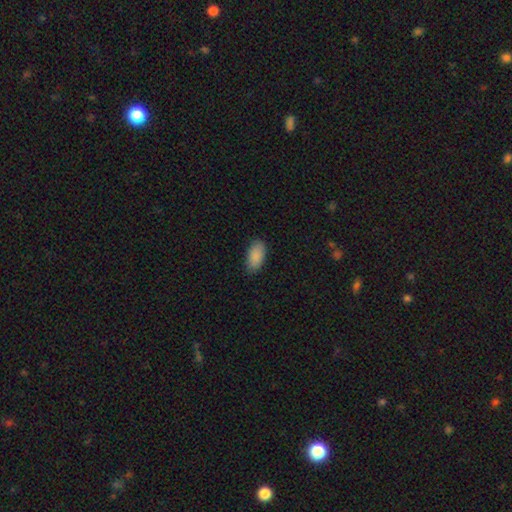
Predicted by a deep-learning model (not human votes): Q: Smooth or featured?
A: smooth (89%); runner-up: star or artifact (7%)
Q: How rounded?
A: in between (94%); runner-up: cigar-shaped (4%)
Q: Merging?
A: none (84%); runner-up: minor disturbance (13%)